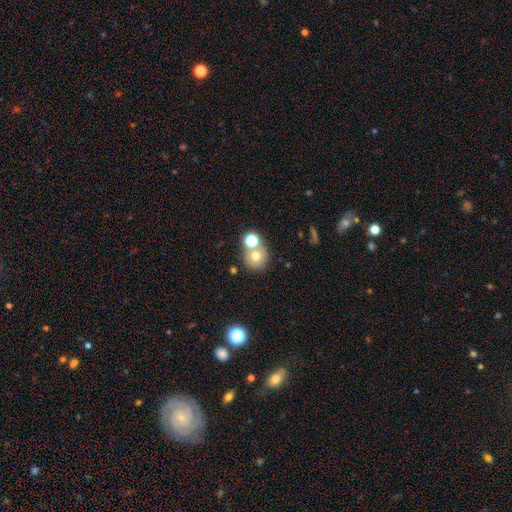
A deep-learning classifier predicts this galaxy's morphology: The model was most divided on "merging": none: 54%, merger: 33%, minor disturbance: 8%, major disturbance: 4%. More confident: how rounded — round (84%); smooth or featured — smooth (70%).